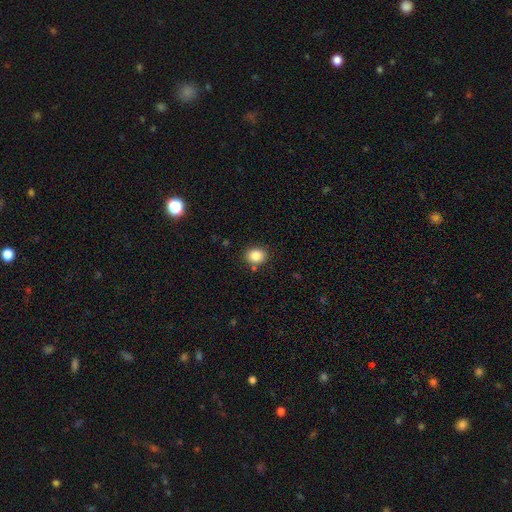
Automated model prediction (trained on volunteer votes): smooth 85%, star or artifact 10%, featured or disk 5%. Down the decision tree: how rounded — round (67%); merging — none (83%).